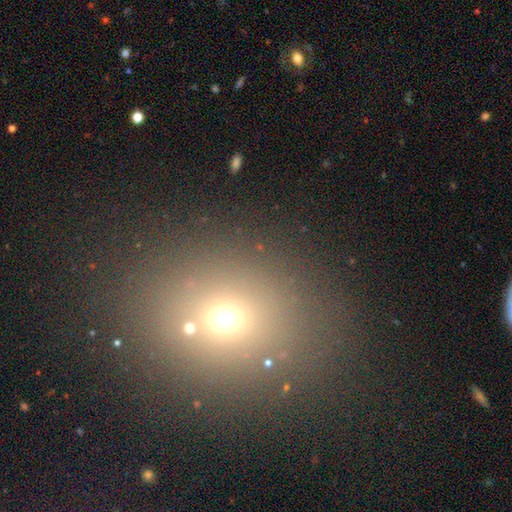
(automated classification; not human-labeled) Smooth or featured?
  - smooth: 60% *
  - star or artifact: 29%
  - featured or disk: 11%
How rounded?
  - round: 54% *
  - in between: 44%
  - cigar-shaped: 1%
Merging?
  - none: 79% *
  - minor disturbance: 9%
  - merger: 7%
  - major disturbance: 5%